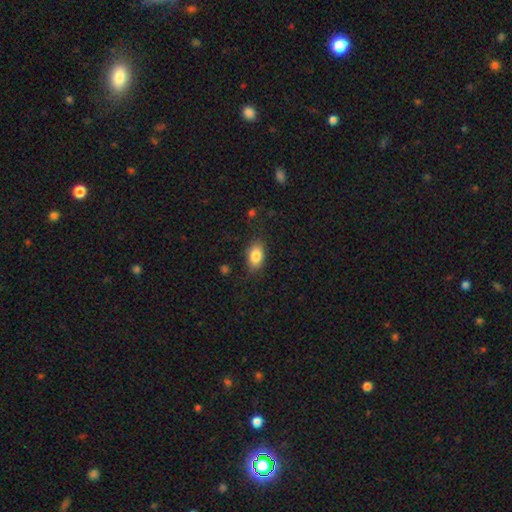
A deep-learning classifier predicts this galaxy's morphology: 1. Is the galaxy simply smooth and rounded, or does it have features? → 85% smooth, 8% star or artifact, 8% featured or disk.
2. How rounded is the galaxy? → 89% in between, 9% round, 2% cigar-shaped.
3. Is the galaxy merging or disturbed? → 81% none, 14% minor disturbance, 4% major disturbance, 1% merger.